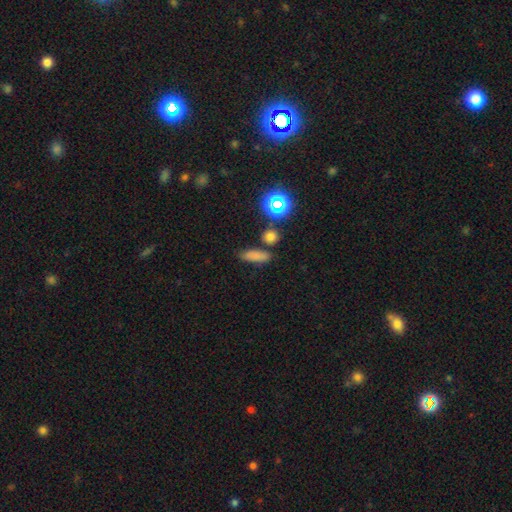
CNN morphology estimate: smooth_or_featured: smooth (p=0.76) [alt: star or artifact p=0.16]
how_rounded: in between (p=0.47) [alt: cigar-shaped p=0.43]
merging: none (p=0.78) [alt: minor disturbance p=0.11]